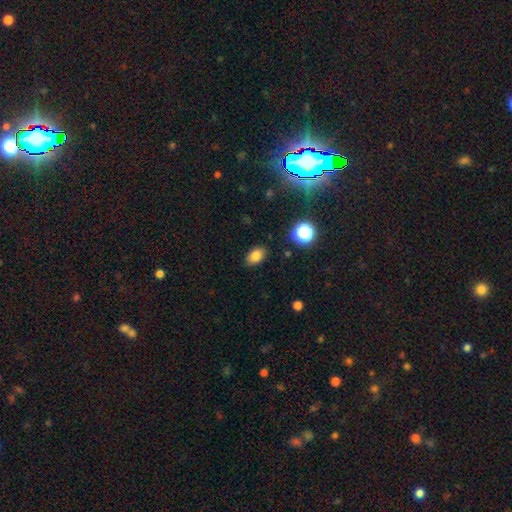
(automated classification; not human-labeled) Q: Smooth or featured?
A: smooth (82%); runner-up: star or artifact (11%)
Q: How rounded?
A: in between (82%); runner-up: round (17%)
Q: Merging?
A: none (85%); runner-up: minor disturbance (11%)